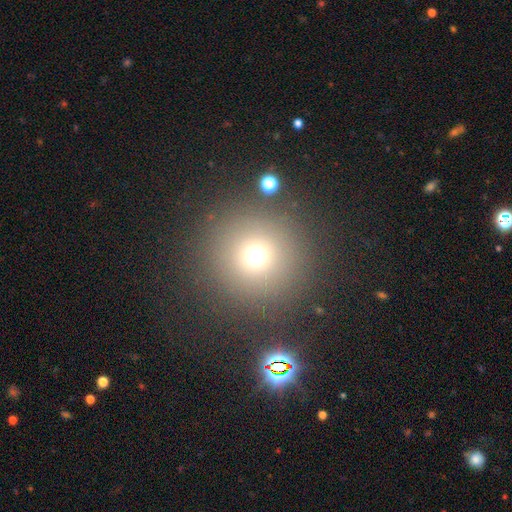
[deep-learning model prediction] Smooth or featured?
  - smooth: 70% *
  - star or artifact: 21%
  - featured or disk: 9%
How rounded?
  - round: 96% *
  - in between: 3%
  - cigar-shaped: 1%
Merging?
  - none: 87% *
  - minor disturbance: 6%
  - major disturbance: 4%
  - merger: 3%